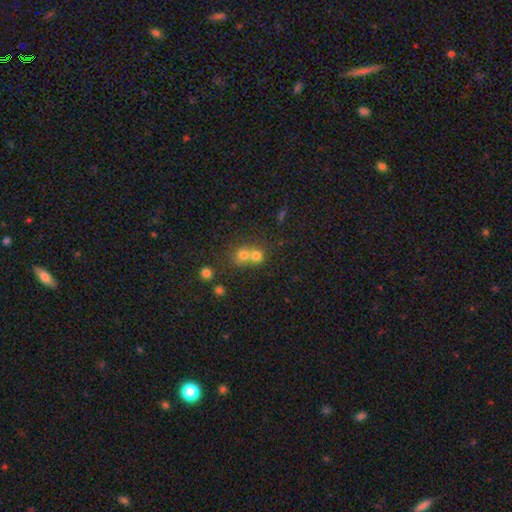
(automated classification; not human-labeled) Smooth or featured: smooth — 71% (star or artifact — 16%)
How rounded: round — 83% (in between — 16%)
Merging: merger — 56% (none — 36%)